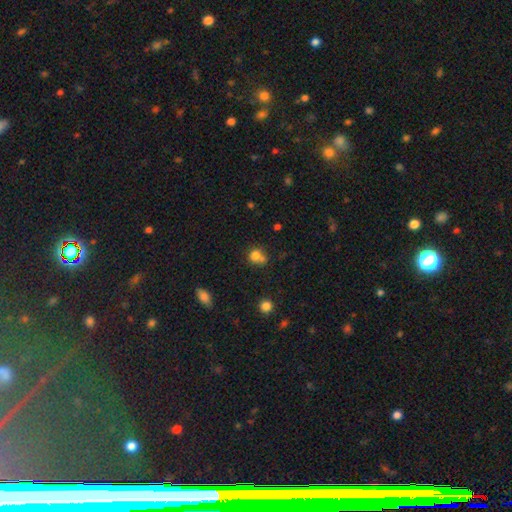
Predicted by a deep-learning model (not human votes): A smooth galaxy with no disk features (75%) that is round (70%).

Vote fractions:
- Smooth or featured? smooth: 75% / star or artifact: 13% / featured or disk: 12%
- How rounded? round: 70% / in between: 29% / cigar-shaped: 1%
- Merging? merger: 45% / none: 38% / minor disturbance: 12% / major disturbance: 5%